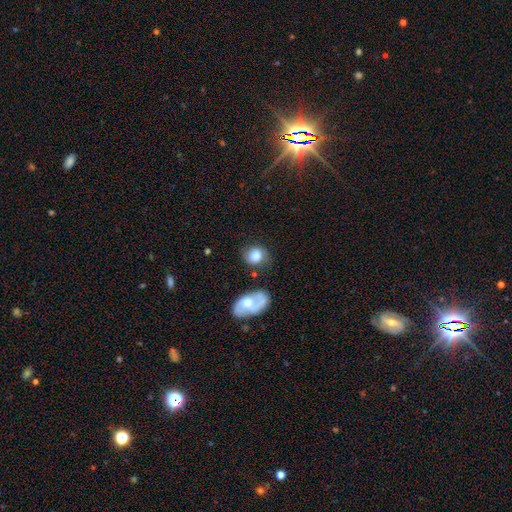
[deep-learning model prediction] Q: Smooth or featured?
A: smooth (79%); runner-up: featured or disk (13%)
Q: How rounded?
A: round (67%); runner-up: in between (32%)
Q: Merging?
A: none (61%); runner-up: minor disturbance (22%)